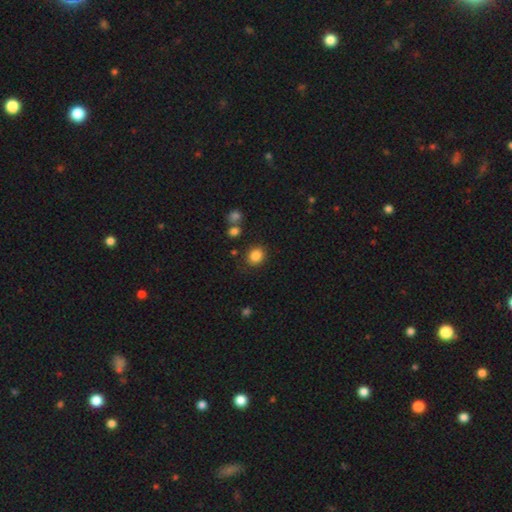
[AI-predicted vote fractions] Smooth or featured?
  - smooth: 85% *
  - star or artifact: 10%
  - featured or disk: 4%
How rounded?
  - round: 70% *
  - in between: 29%
  - cigar-shaped: 1%
Merging?
  - none: 83% *
  - minor disturbance: 10%
  - merger: 4%
  - major disturbance: 3%